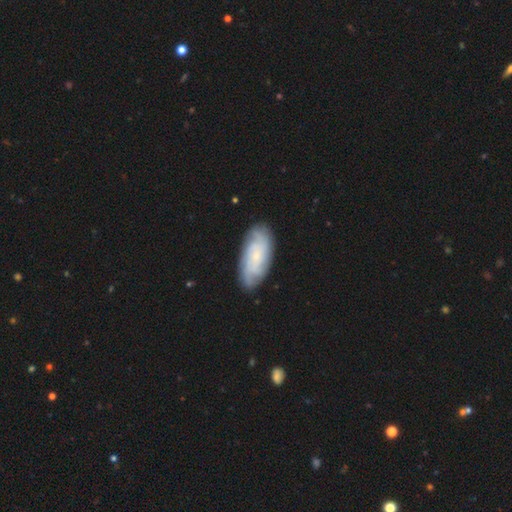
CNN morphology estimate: featured or disk 60%, smooth 33%, star or artifact 7%. Down the decision tree: edge-on disk — no (92%); bar — no (73%); spiral arms — yes (91%); spiral arm count — can't tell (47%); spiral winding — tight (64%); bulge size — small (71%); merging — none (83%).